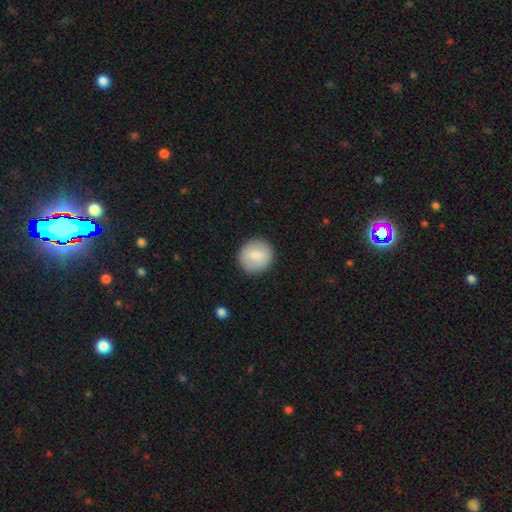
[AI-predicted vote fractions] Overall: smooth (77%). How rounded: round (88%). Merging: none (88%).